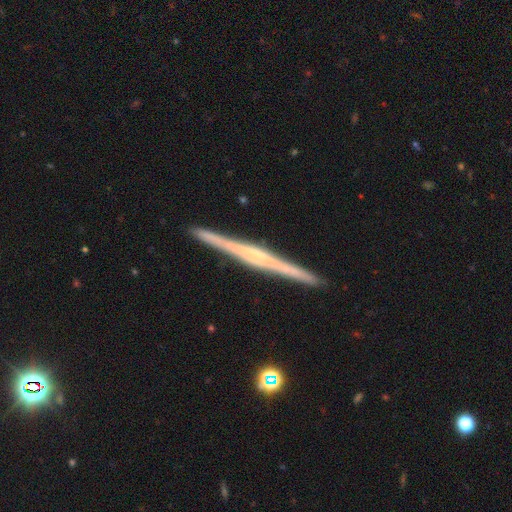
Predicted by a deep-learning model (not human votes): Smooth or featured?
  - featured or disk: 81% *
  - smooth: 14%
  - star or artifact: 5%
Edge-on disk?
  - yes: 98% *
  - no: 2%
Edge-on bulge?
  - rounded: 42% *
  - none: 34%
  - boxy: 24%
Merging?
  - none: 92% *
  - minor disturbance: 5%
  - major disturbance: 1%
  - merger: 1%